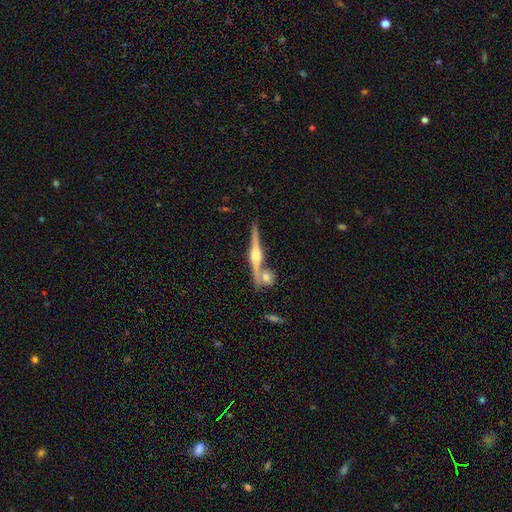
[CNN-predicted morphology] This is clearly a featured or disk galaxy (82%). It is clearly viewed edge-on (98%). Edge-on bulge: clearly rounded (92%). Merging: likely none (74%).